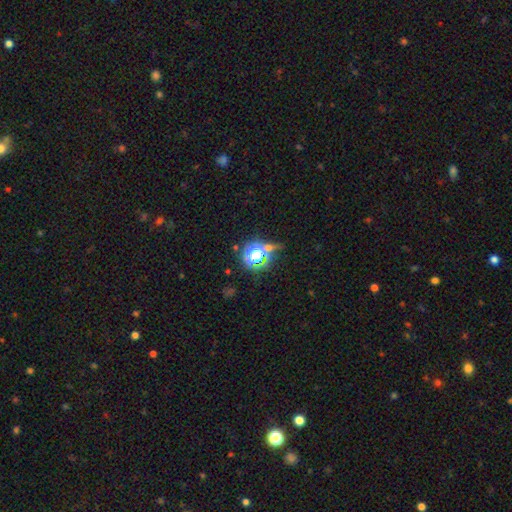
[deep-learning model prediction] star or artifact 57%, smooth 32%, featured or disk 10%.